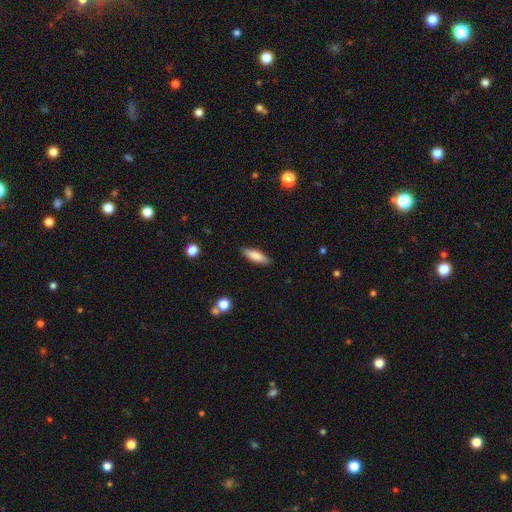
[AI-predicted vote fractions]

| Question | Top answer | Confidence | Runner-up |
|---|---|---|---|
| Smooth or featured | smooth | 79% | featured or disk (15%) |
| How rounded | cigar-shaped | 54% | in between (44%) |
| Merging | none | 87% | minor disturbance (9%) |